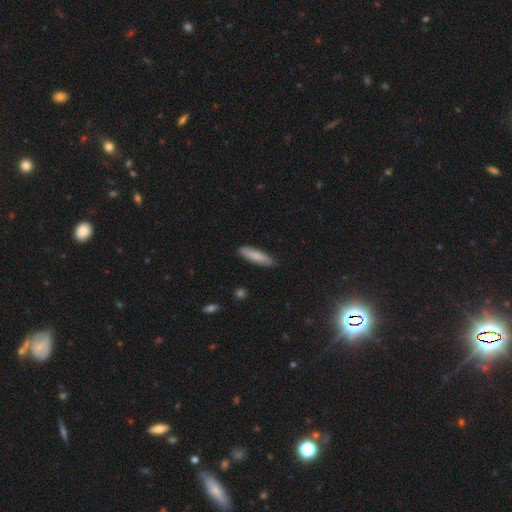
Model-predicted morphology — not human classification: A smooth galaxy with no disk features (81%) that is cigar-shaped (69%).

Vote fractions:
- Smooth or featured? smooth: 81% / featured or disk: 13% / star or artifact: 6%
- How rounded? cigar-shaped: 69% / in between: 30% / round: 1%
- Merging? none: 87% / minor disturbance: 10% / major disturbance: 2% / merger: 1%